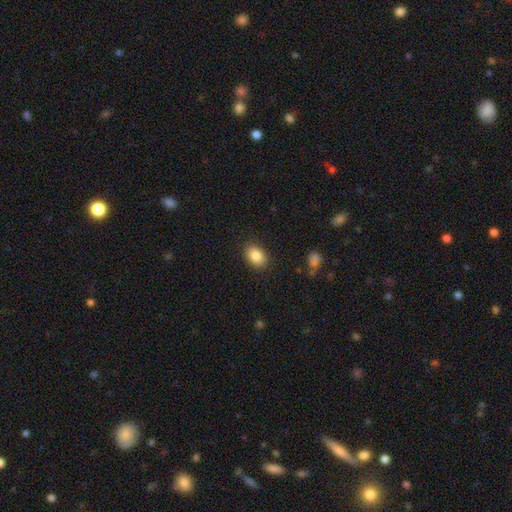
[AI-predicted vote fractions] Q: Smooth or featured?
A: smooth (87%); runner-up: star or artifact (8%)
Q: How rounded?
A: in between (78%); runner-up: round (21%)
Q: Merging?
A: none (87%); runner-up: minor disturbance (10%)